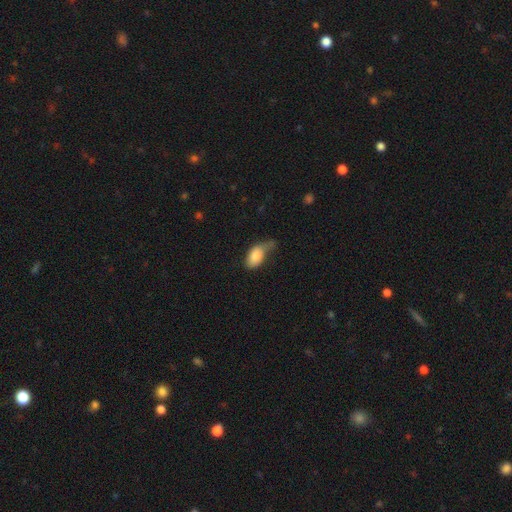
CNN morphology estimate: The model was most divided on "merging": minor disturbance: 36%, major disturbance: 30%, none: 28%, merger: 7%. More confident: how rounded — in between (92%); smooth or featured — smooth (83%).